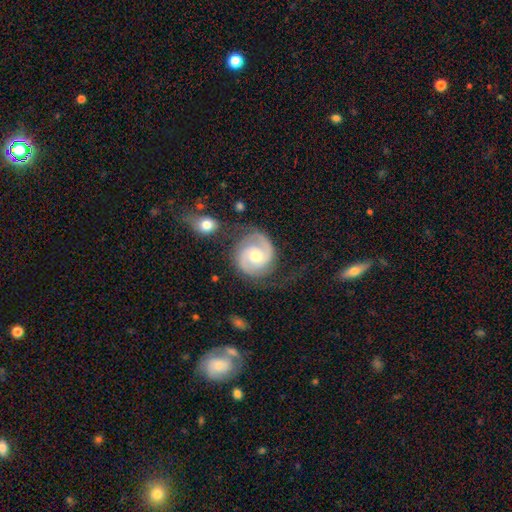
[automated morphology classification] Smooth or featured? featured or disk (88%)
Edge-on disk? no (98%)
Bar? no (62%)
Spiral arms? yes (97%)
Spiral winding? tight (48%)
Spiral arm count? 2 (87%)
Bulge size? moderate (65%)
Merging? none (63%)